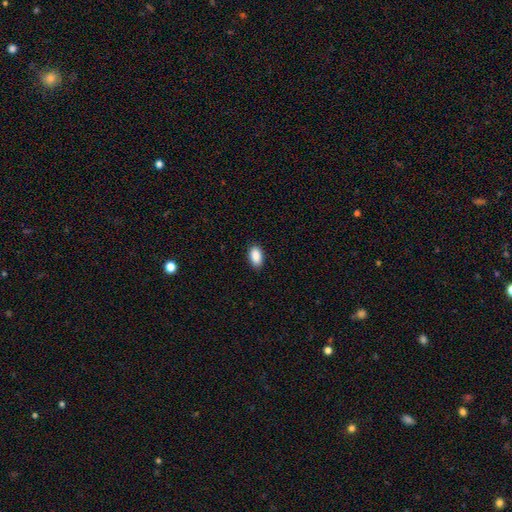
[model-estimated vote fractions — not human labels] smooth-or-featured: smooth: 90% | star or artifact: 7% | featured or disk: 3%
  how-rounded: in between: 93% | round: 5% | cigar-shaped: 2%
  merging: none: 89% | minor disturbance: 9% | major disturbance: 2% | merger: 1%